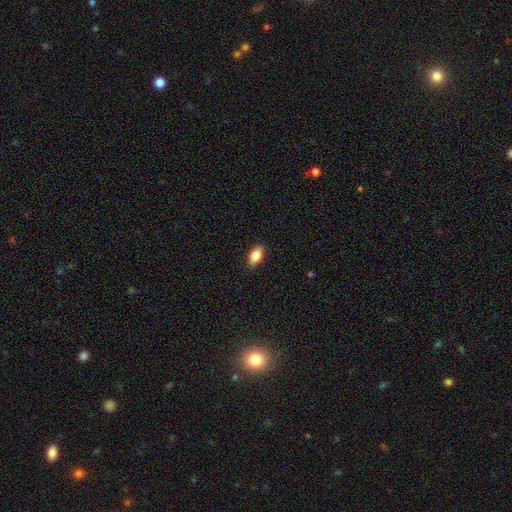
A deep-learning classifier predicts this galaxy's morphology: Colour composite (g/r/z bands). It shows a smooth galaxy with no disk features (83%) that is in between round and cigar-shaped (89%). Merging: none (89%).